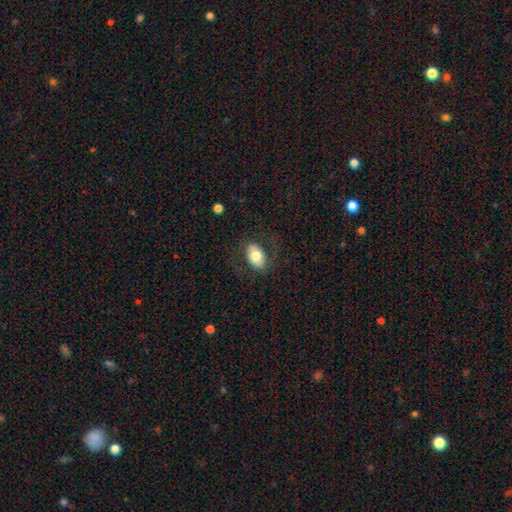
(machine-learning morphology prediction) Q: Smooth or featured?
A: smooth (69%); runner-up: featured or disk (24%)
Q: How rounded?
A: in between (89%); runner-up: round (9%)
Q: Merging?
A: none (77%); runner-up: minor disturbance (13%)